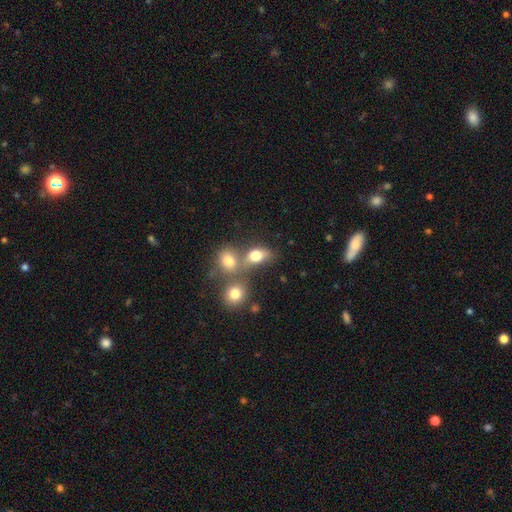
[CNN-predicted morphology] A smooth galaxy with no disk features (76%) that is in between round and cigar-shaped (64%).

Vote fractions:
- Smooth or featured? smooth: 76% / star or artifact: 12% / featured or disk: 12%
- How rounded? in between: 64% / round: 33% / cigar-shaped: 3%
- Merging? merger: 43% / none: 40% / minor disturbance: 11% / major disturbance: 7%